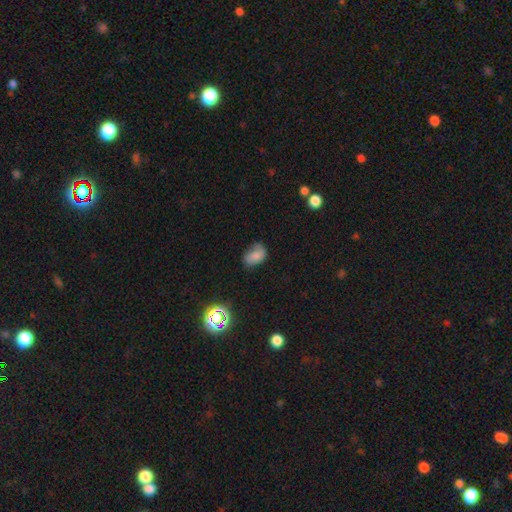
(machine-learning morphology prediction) smooth_or_featured: smooth (p=0.73) [alt: featured or disk p=0.14]
how_rounded: in between (p=0.84) [alt: round p=0.14]
merging: none (p=0.49) [alt: minor disturbance p=0.35]